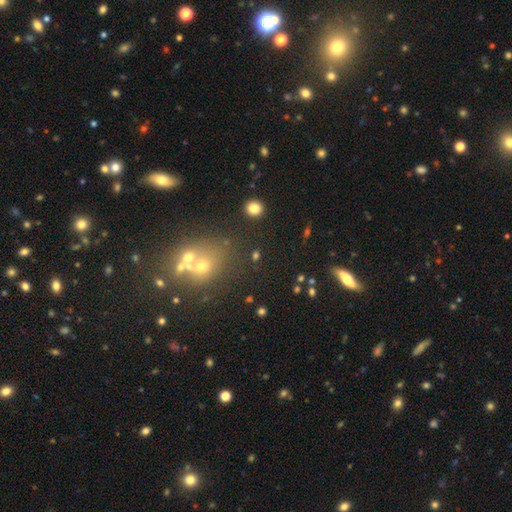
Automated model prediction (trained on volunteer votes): A smooth galaxy with no disk features (56%) that is round (66%).

Vote fractions:
- Smooth or featured? smooth: 56% / star or artifact: 29% / featured or disk: 15%
- How rounded? round: 66% / in between: 31% / cigar-shaped: 4%
- Merging? none: 65% / merger: 18% / minor disturbance: 11% / major disturbance: 7%